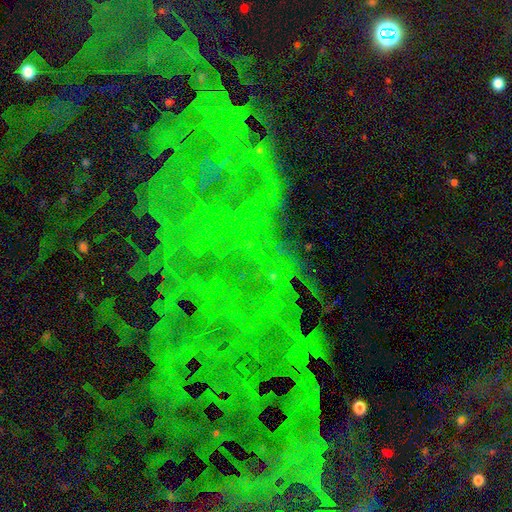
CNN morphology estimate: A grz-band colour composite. It shows a star or artifact, not a galaxy (82%).